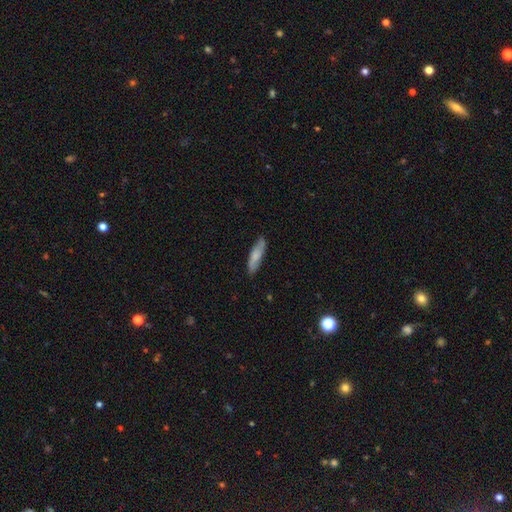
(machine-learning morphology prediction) Smooth or featured: smooth — 73% (featured or disk — 22%)
How rounded: cigar-shaped — 71% (in between — 28%)
Merging: none — 83% (minor disturbance — 14%)